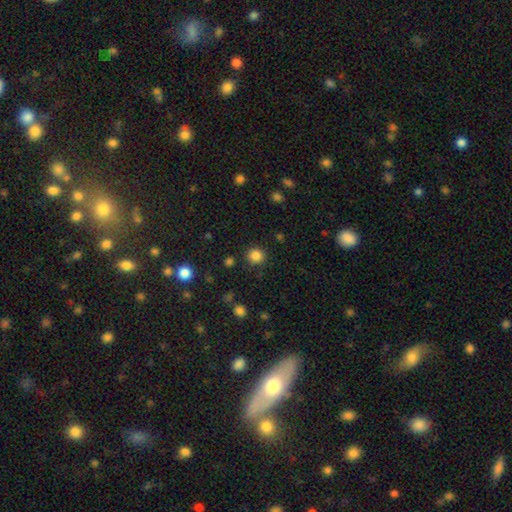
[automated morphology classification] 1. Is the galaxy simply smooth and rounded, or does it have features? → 85% smooth, 12% star or artifact, 3% featured or disk.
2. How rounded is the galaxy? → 90% round, 9% in between, 1% cigar-shaped.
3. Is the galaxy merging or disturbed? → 88% none, 7% minor disturbance, 3% major disturbance, 2% merger.